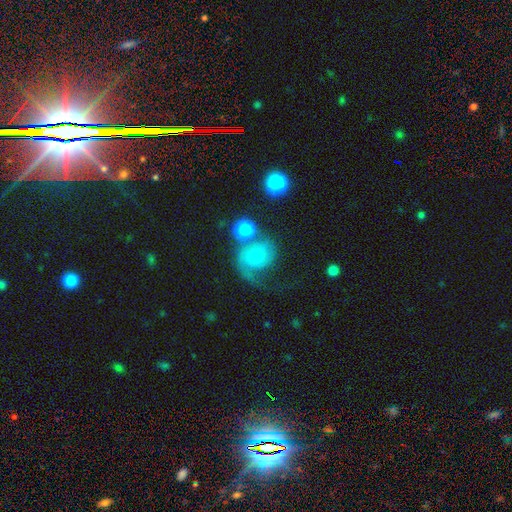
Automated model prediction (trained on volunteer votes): Q: Smooth or featured?
A: featured or disk (63%); runner-up: smooth (27%)
Q: Edge-on disk?
A: no (97%); runner-up: yes (3%)
Q: Bar?
A: no (75%); runner-up: weak (22%)
Q: Spiral arms?
A: yes (90%); runner-up: no (10%)
Q: Spiral winding?
A: medium (41%); runner-up: loose (39%)
Q: Spiral arm count?
A: 2 (57%); runner-up: 1 (31%)
Q: Bulge size?
A: small (45%); runner-up: moderate (44%)
Q: Merging?
A: none (34%); runner-up: major disturbance (26%)